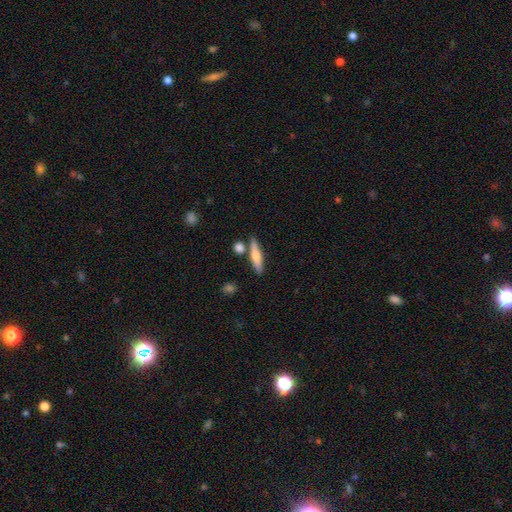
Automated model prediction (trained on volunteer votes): A smooth galaxy with no disk features (58%) that is cigar-shaped (80%).

Vote fractions:
- Smooth or featured? smooth: 58% / featured or disk: 36% / star or artifact: 6%
- How rounded? cigar-shaped: 80% / in between: 17% / round: 3%
- Merging? none: 77% / merger: 10% / minor disturbance: 10% / major disturbance: 3%